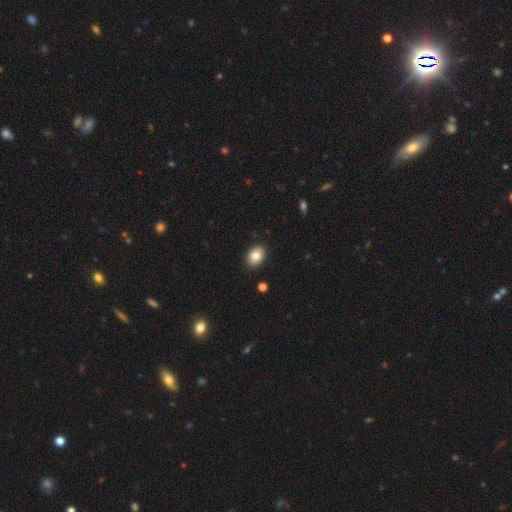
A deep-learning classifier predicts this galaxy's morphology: smooth 83%, featured or disk 9%, star or artifact 8%. Down the decision tree: how rounded — in between (79%); merging — none (90%).